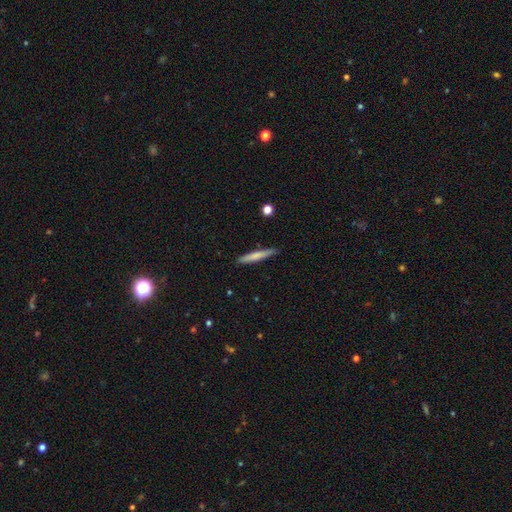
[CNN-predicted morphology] type=smooth (70%); roundness=cigar-shaped (94%); merging=none (87%).